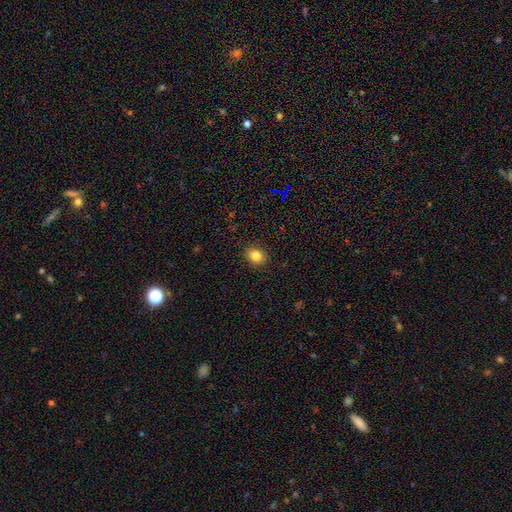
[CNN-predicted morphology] Smooth or featured: smooth — 85% (star or artifact — 11%)
How rounded: round — 64% (in between — 35%)
Merging: none — 90% (minor disturbance — 7%)